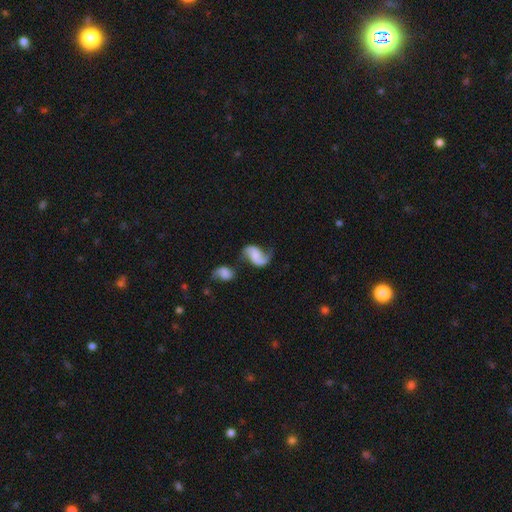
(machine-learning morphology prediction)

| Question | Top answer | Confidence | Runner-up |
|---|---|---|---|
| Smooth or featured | featured or disk | 78% | smooth (15%) |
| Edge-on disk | no | 97% | yes (3%) |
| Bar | no | 53% | weak (34%) |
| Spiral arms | yes | 94% | no (6%) |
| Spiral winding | loose | 67% | medium (27%) |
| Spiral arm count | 2 | 86% | 1 (8%) |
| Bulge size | none | 57% | small (17%) |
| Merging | none | 42% | merger (27%) |